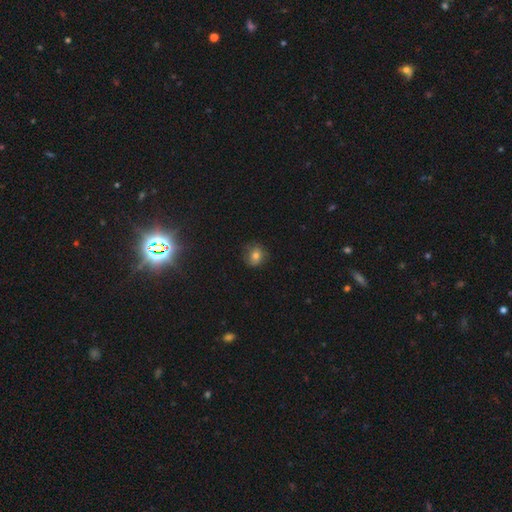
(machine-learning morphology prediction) The model was most divided on "smooth or featured": smooth: 69%, featured or disk: 17%, star or artifact: 14%. More confident: how rounded — round (82%); merging — none (75%).